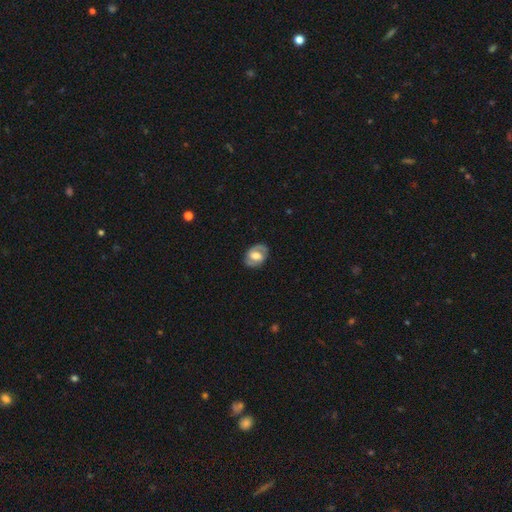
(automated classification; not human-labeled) The model was most divided on "bar": weak: 44%, no: 34%, strong: 22%. More confident: edge-on disk — no (96%); merging — none (80%); spiral arms — yes (70%); smooth or featured — featured or disk (61%); bulge size — moderate (53%).